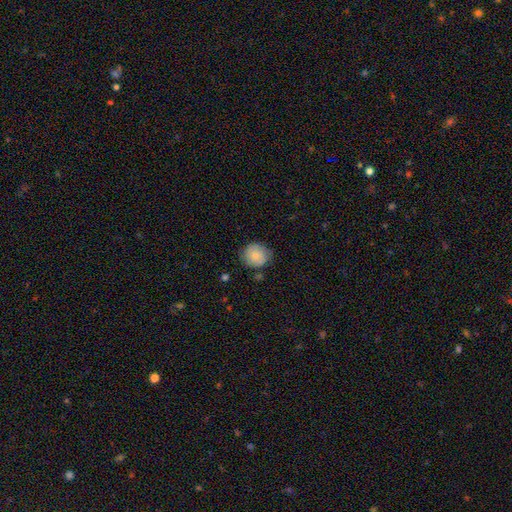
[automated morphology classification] type=smooth (72%); roundness=round (80%); merging=none (69%).